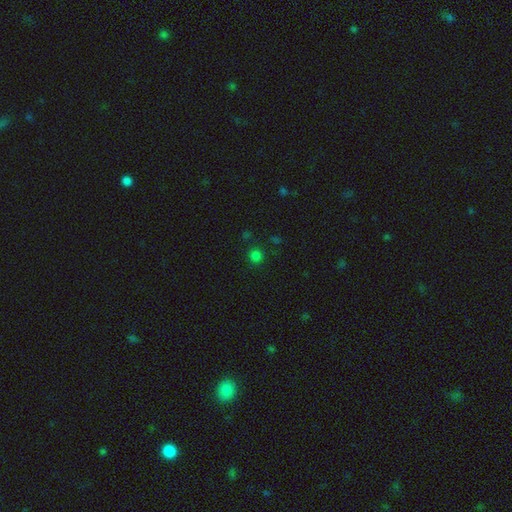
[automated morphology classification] Smooth or featured: smooth — 77% (star or artifact — 19%)
How rounded: round — 92% (in between — 7%)
Merging: none — 87% (minor disturbance — 7%)